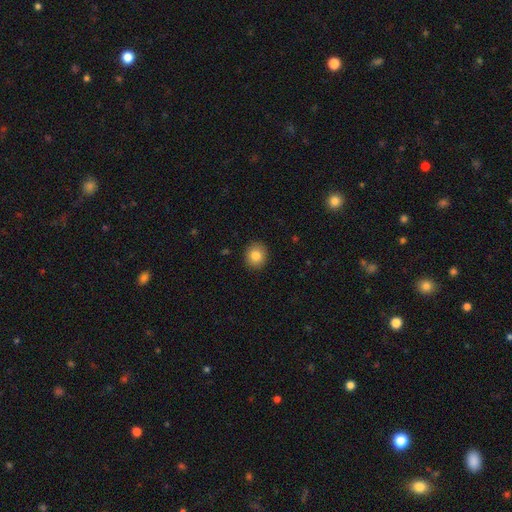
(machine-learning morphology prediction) smooth 83%, star or artifact 9%, featured or disk 8%. Down the decision tree: how rounded — round (86%); merging — none (91%).